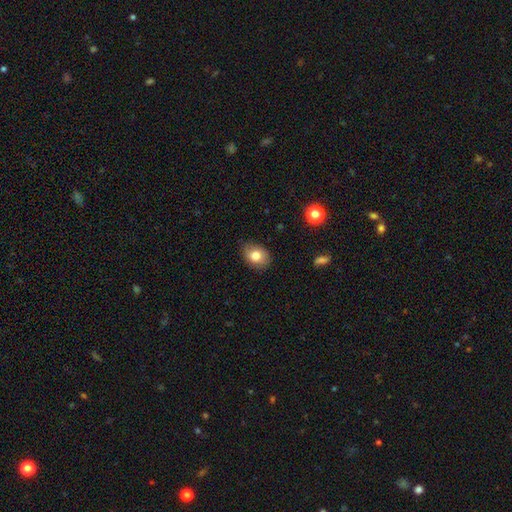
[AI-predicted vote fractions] Morphology: type=smooth (80%); roundness=in between (66%); merging=none (80%).